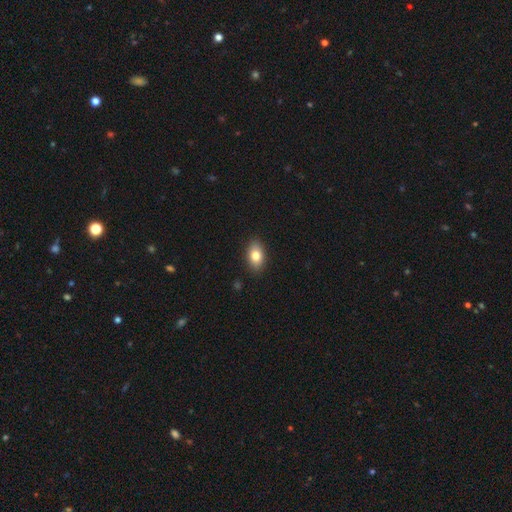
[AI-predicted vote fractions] Smooth or featured?
  - smooth: 80% *
  - featured or disk: 12%
  - star or artifact: 8%
How rounded?
  - in between: 88% *
  - round: 10%
  - cigar-shaped: 2%
Merging?
  - none: 88% *
  - minor disturbance: 9%
  - major disturbance: 2%
  - merger: 1%